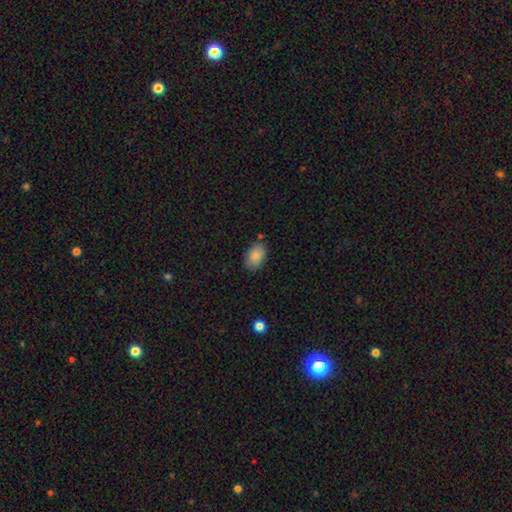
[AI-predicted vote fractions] A smooth galaxy with no disk features (86%) that is in between round and cigar-shaped (90%).

Vote fractions:
- Smooth or featured? smooth: 86% / star or artifact: 7% / featured or disk: 7%
- How rounded? in between: 90% / round: 9% / cigar-shaped: 1%
- Merging? none: 82% / minor disturbance: 13% / merger: 3% / major disturbance: 3%